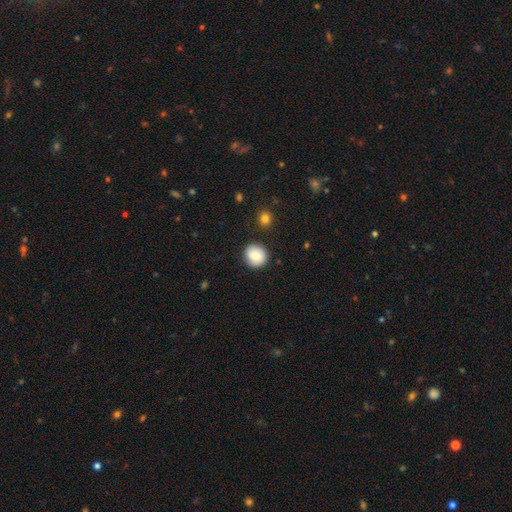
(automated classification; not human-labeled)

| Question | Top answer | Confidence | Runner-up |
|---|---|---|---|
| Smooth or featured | smooth | 79% | featured or disk (13%) |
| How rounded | round | 91% | in between (8%) |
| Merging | none | 87% | minor disturbance (9%) |